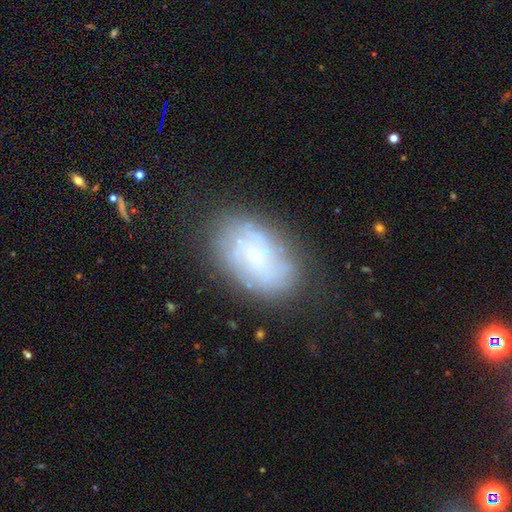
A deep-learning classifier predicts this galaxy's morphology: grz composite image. It shows a featured or disk galaxy (52%). Merging: none (67%).